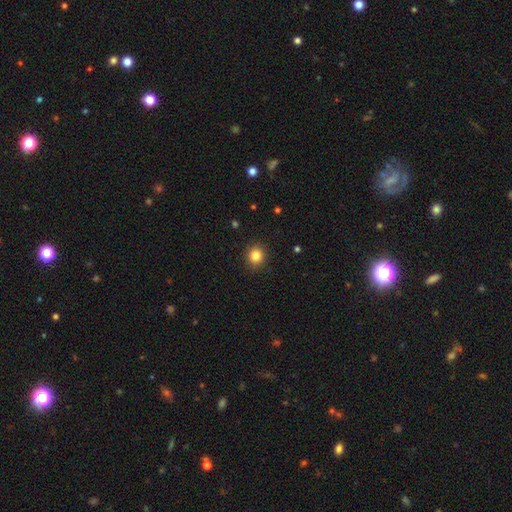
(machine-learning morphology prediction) This appears to be a smooth galaxy with no disk features (84%) that is round (87%). Merging: none (91%).